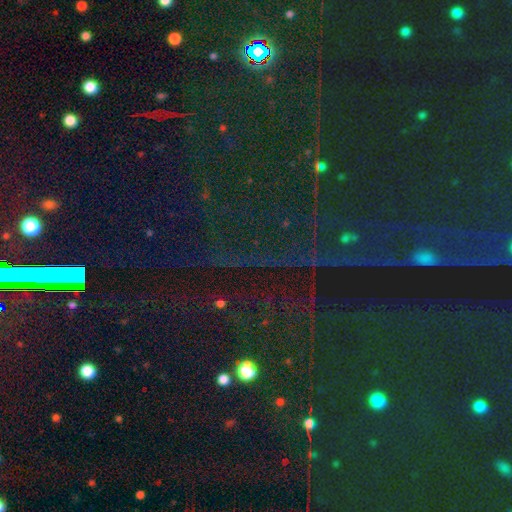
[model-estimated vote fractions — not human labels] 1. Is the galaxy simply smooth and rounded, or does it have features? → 85% star or artifact, 9% smooth, 6% featured or disk.